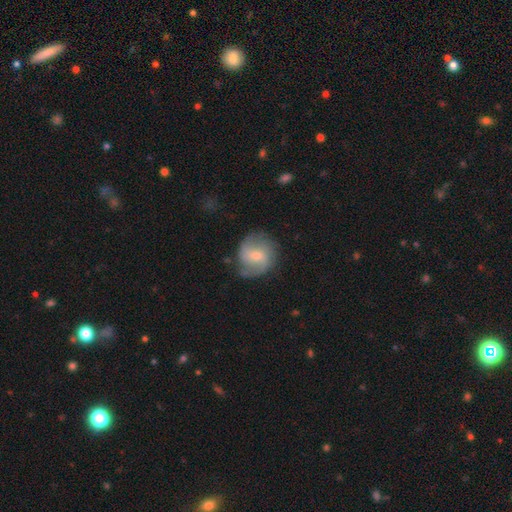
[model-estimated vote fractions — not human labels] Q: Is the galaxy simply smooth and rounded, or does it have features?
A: featured or disk — 65%.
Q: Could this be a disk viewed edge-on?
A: no — 97%.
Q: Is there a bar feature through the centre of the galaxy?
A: weak — 47%.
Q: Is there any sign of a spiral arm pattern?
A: yes — 90%.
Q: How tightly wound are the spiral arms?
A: medium — 45%.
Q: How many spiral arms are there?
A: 2 — 55%.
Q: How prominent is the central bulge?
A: small — 61%.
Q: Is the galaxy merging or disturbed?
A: none — 69%.